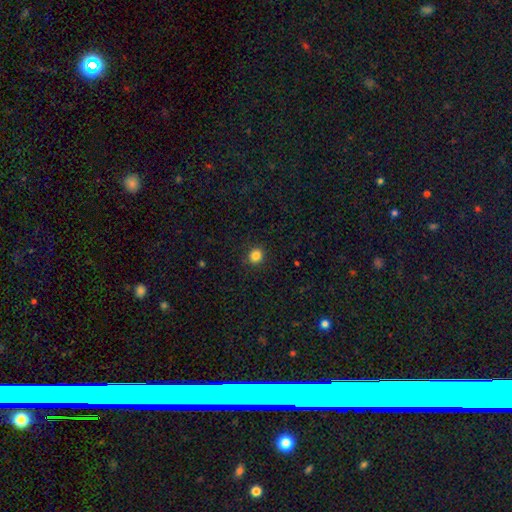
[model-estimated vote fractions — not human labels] A smooth galaxy with no disk features (84%) that is round (86%). Merging: none (90%).